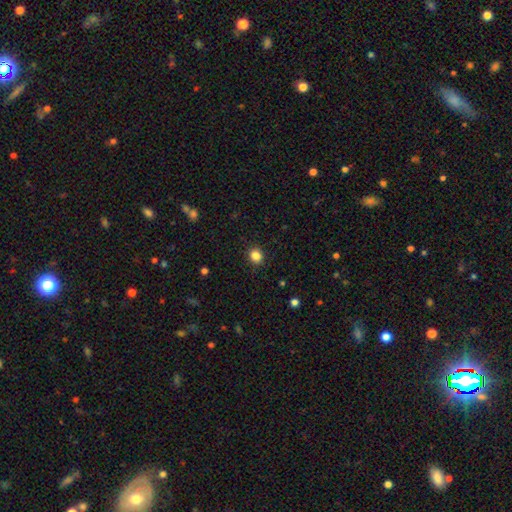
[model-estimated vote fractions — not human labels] Overall: smooth (85%). How rounded: round (82%). Merging: none (91%).